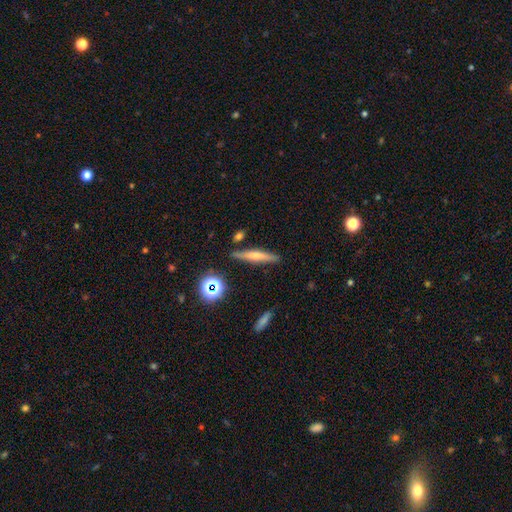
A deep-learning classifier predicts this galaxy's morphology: smooth_or_featured: smooth (p=0.53) [alt: featured or disk p=0.37]
how_rounded: cigar-shaped (p=0.89) [alt: in between p=0.08]
merging: none (p=0.83) [alt: minor disturbance p=0.10]